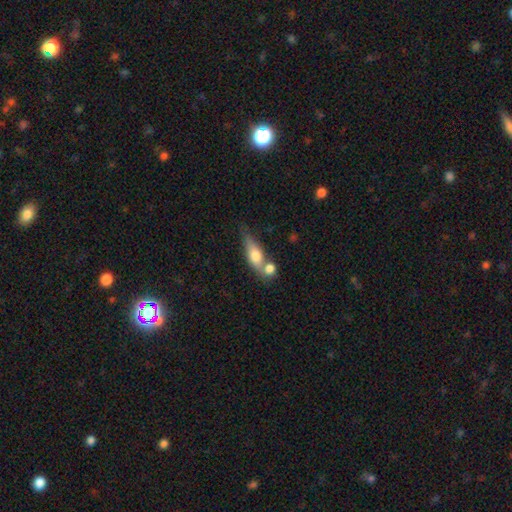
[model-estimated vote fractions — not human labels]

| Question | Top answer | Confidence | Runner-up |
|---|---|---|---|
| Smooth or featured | smooth | 64% | featured or disk (29%) |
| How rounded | in between | 59% | cigar-shaped (32%) |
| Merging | merger | 44% | none (36%) |